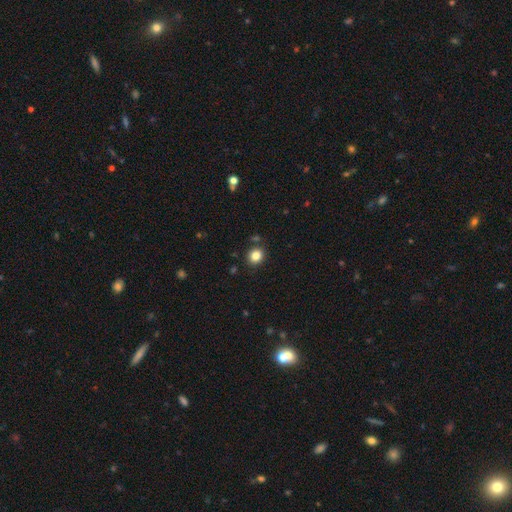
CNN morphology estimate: This appears to be a smooth galaxy with no disk features (84%) that is round (72%). Merging: none (85%).